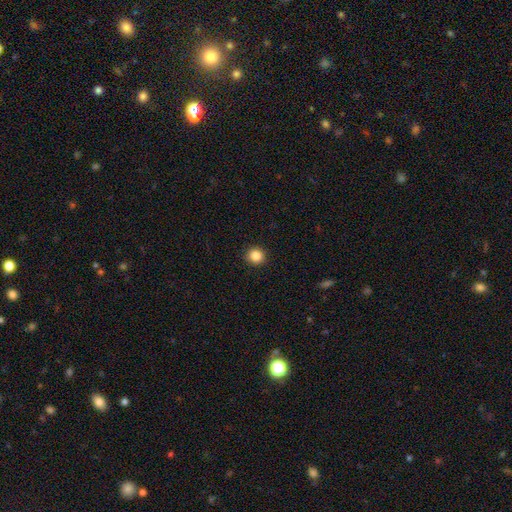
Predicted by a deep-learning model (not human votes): Smooth or featured?
  - smooth: 86% *
  - star or artifact: 10%
  - featured or disk: 4%
How rounded?
  - round: 91% *
  - in between: 8%
  - cigar-shaped: 1%
Merging?
  - none: 91% *
  - minor disturbance: 6%
  - major disturbance: 2%
  - merger: 1%